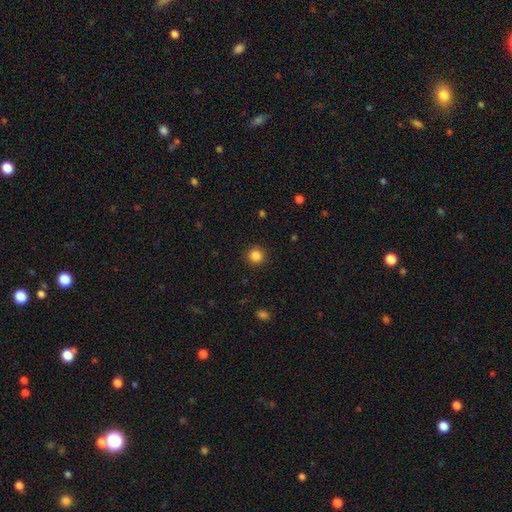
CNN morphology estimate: This appears to be a smooth galaxy with no disk features (85%) that is round (94%). Merging: none (91%).